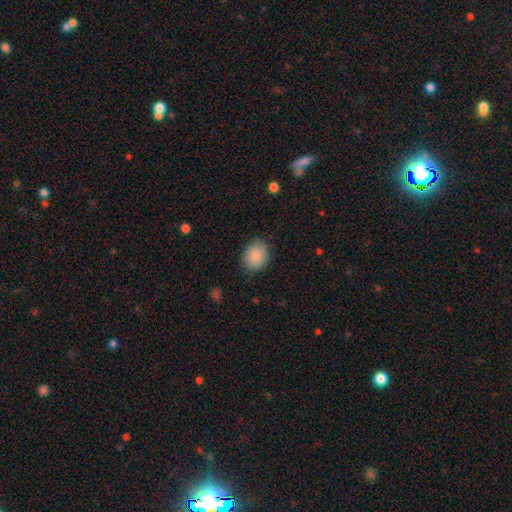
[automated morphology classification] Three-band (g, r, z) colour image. It shows a smooth galaxy with no disk features (87%) that is round (51%). Merging: none (83%).